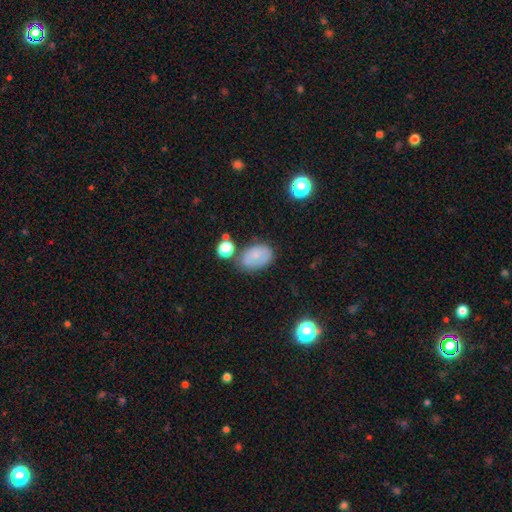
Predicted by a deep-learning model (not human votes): Morphology: type=smooth (73%); roundness=in between (86%); merging=none (60%).